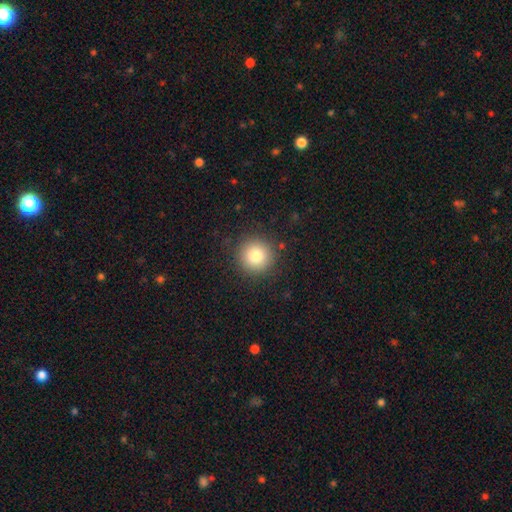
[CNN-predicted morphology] The model was most divided on "smooth or featured": smooth: 81%, star or artifact: 11%, featured or disk: 8%. More confident: how rounded — round (95%); merging — none (89%).